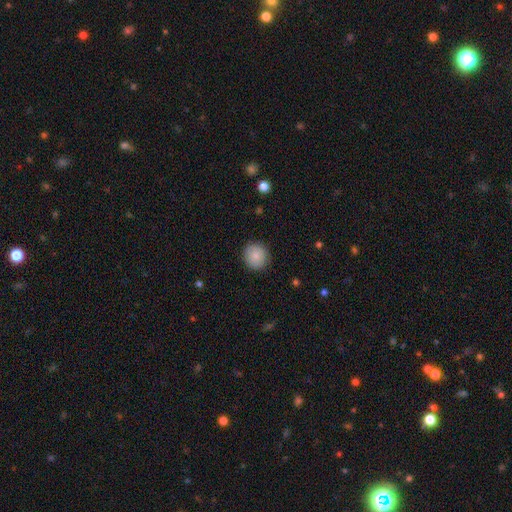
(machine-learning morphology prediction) type=smooth (83%); roundness=round (92%); merging=none (89%).